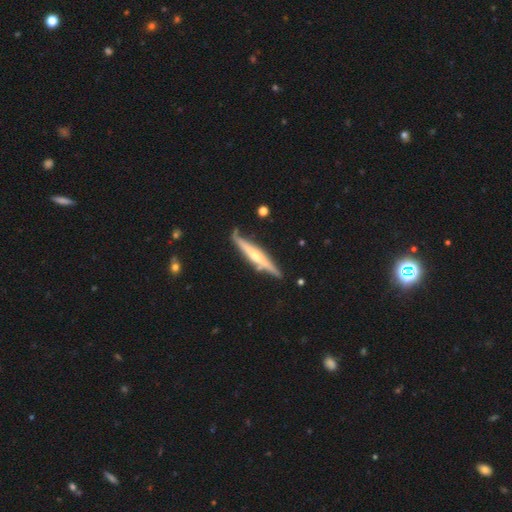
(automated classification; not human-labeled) smooth-or-featured: featured or disk: 68% | smooth: 27% | star or artifact: 5%
  disk-edge-on: yes: 95% | no: 5%
    edge-on-bulge: rounded: 63% | none: 23% | boxy: 14%
  merging: none: 75% | minor disturbance: 17% | merger: 5% | major disturbance: 3%